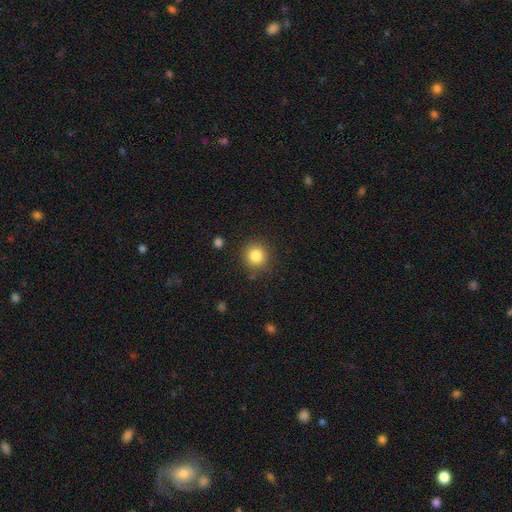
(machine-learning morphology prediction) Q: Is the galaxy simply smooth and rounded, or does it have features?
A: smooth — 84%.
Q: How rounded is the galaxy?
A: round — 91%.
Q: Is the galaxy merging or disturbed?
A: none — 86%.